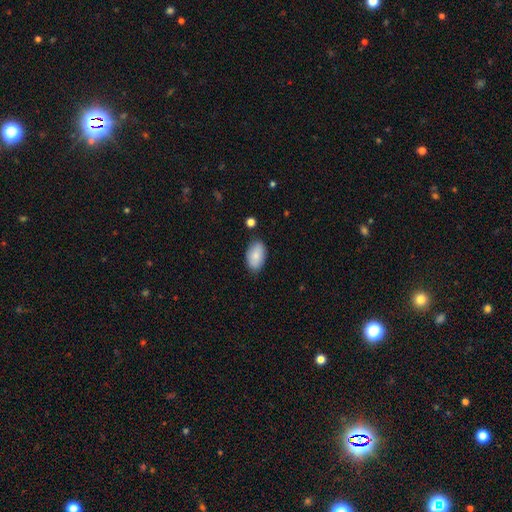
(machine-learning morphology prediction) Overall: smooth (84%). How rounded: in between (93%). Merging: none (81%).